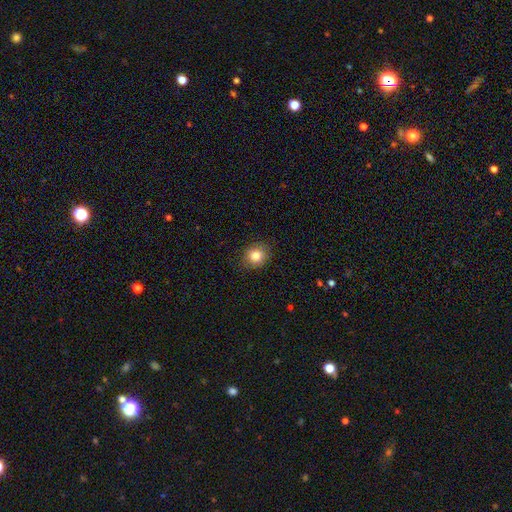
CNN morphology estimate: This appears to be a smooth galaxy with no disk features (84%) that is round (73%). Merging: none (85%).